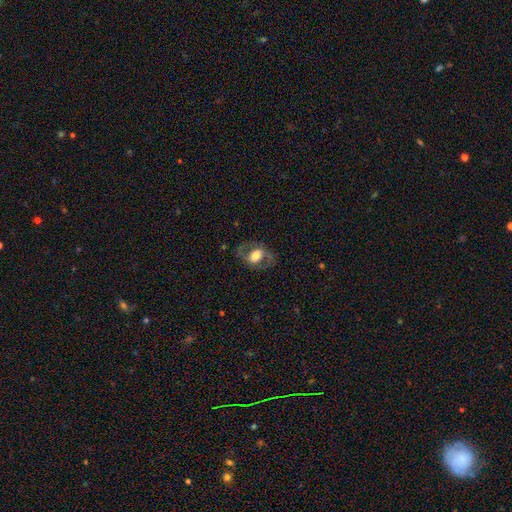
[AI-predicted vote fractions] smooth_or_featured: featured or disk (p=0.59) [alt: smooth p=0.34]
disk_edge_on: no (p=0.93) [alt: yes p=0.07]
bar: no (p=0.52) [alt: weak p=0.32]
has_spiral_arms: yes (p=0.63) [alt: no p=0.37]
bulge_size: large (p=0.43) [alt: moderate p=0.42]
merging: none (p=0.73) [alt: minor disturbance p=0.15]